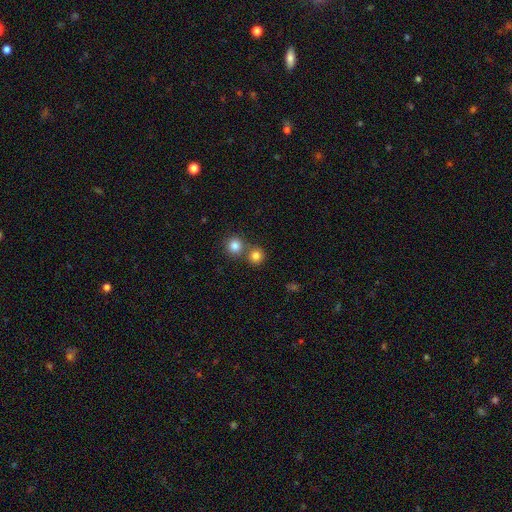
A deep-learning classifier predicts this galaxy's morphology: This is clearly a smooth galaxy (82%). How rounded: clearly round (91%). Merging: likely none (64%).